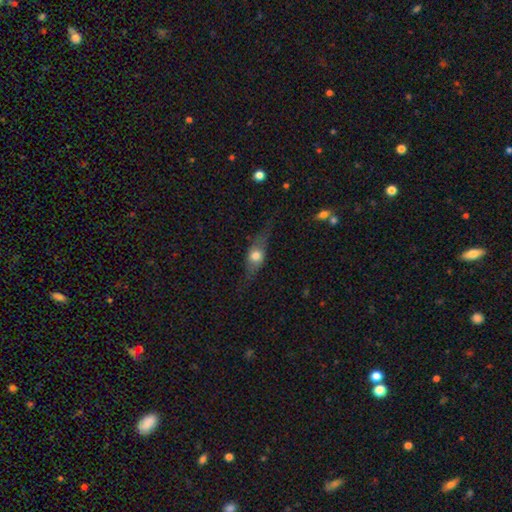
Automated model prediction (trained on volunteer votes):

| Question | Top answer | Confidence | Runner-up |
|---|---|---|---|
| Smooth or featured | smooth | 49% | featured or disk (43%) |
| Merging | none | 70% | minor disturbance (20%) |